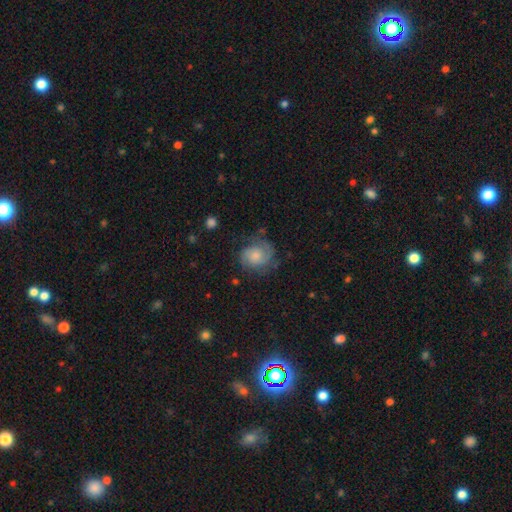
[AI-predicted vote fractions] This is possibly a featured or disk galaxy (57%). It is clearly not viewed edge-on (98%). Bar: likely no (76%). Spiral arm pattern: clearly yes (90%). Spiral arm count: likely 2 (60%). Spiral winding: marginally tight (45%). Central bulge: marginally small (40%). Merging: likely none (62%).